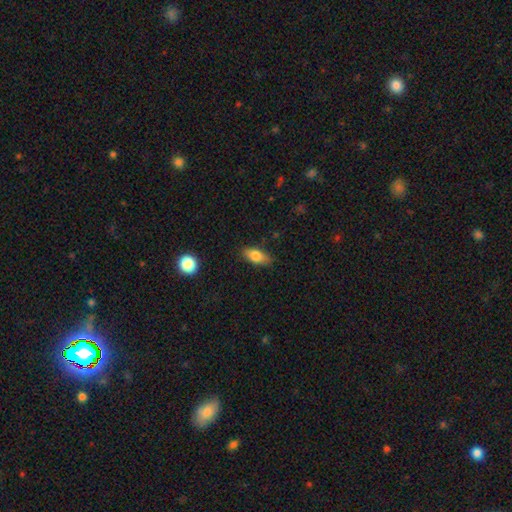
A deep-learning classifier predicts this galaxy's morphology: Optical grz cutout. It shows a smooth galaxy with no disk features (81%) that is in between round and cigar-shaped (85%). Merging: none (81%).